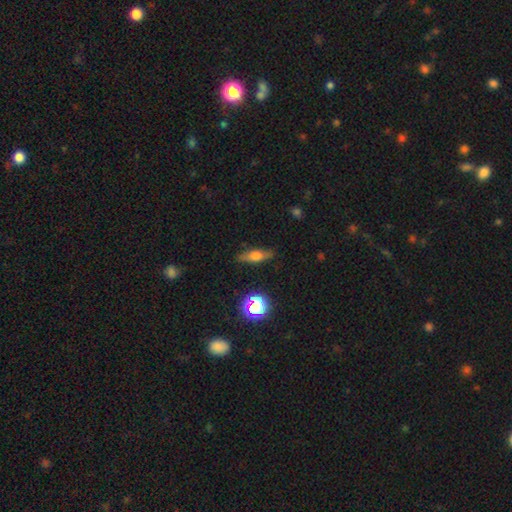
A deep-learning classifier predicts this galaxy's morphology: Smooth or featured: smooth — 49% (featured or disk — 39%)
Merging: none — 84% (minor disturbance — 12%)